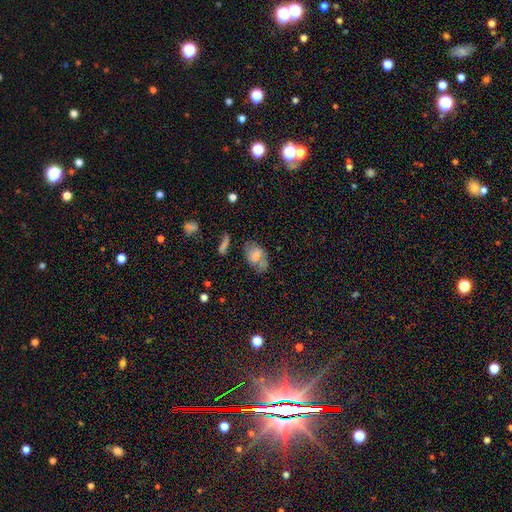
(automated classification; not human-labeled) Q: Smooth or featured?
A: smooth (52%); runner-up: featured or disk (34%)
Q: How rounded?
A: in between (83%); runner-up: round (15%)
Q: Merging?
A: none (57%); runner-up: minor disturbance (23%)